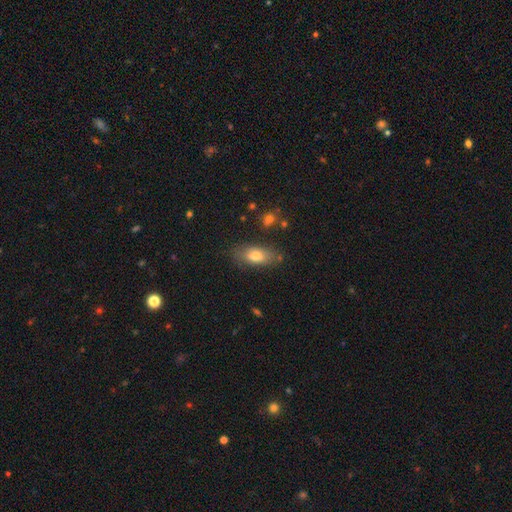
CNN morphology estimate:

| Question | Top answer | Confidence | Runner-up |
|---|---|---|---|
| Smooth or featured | smooth | 74% | featured or disk (17%) |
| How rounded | in between | 82% | cigar-shaped (12%) |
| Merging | none | 77% | minor disturbance (16%) |